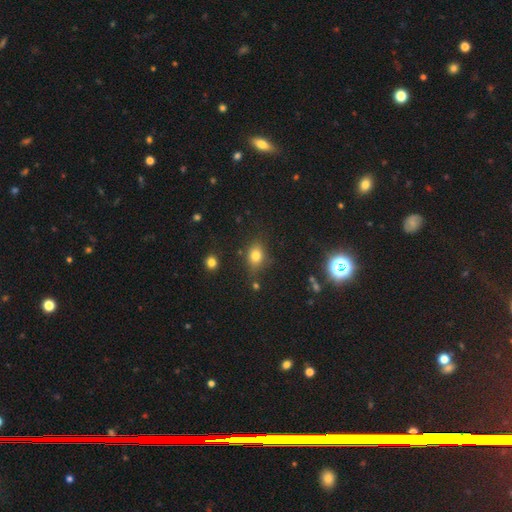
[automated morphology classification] smooth 78%, star or artifact 14%, featured or disk 9%. Down the decision tree: how rounded — in between (63%); merging — none (74%).